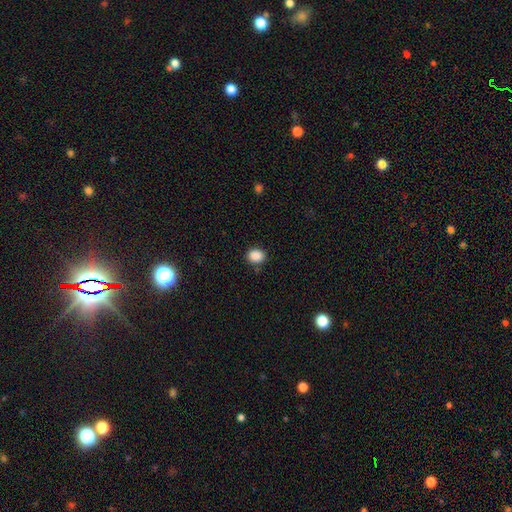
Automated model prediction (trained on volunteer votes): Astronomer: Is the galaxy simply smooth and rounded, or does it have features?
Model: smooth — 88%.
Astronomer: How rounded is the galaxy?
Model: round — 55% (runner-up: in between, 44%).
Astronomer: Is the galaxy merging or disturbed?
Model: none — 85%.